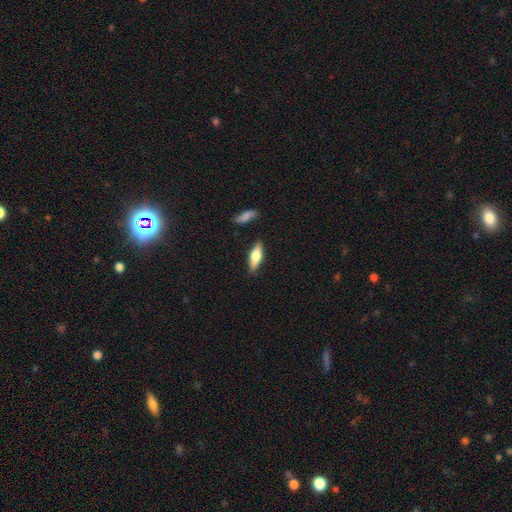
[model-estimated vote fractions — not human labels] Smooth or featured? Predicted: smooth (p=0.54). How rounded? Predicted: in between (p=0.52). Merging? Predicted: none (p=0.83).